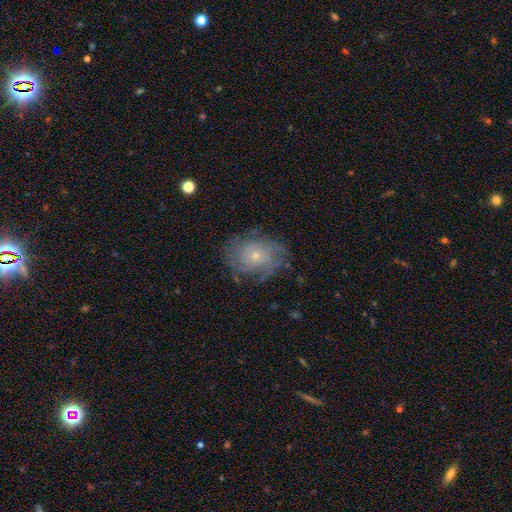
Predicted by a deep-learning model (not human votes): Smooth or featured: featured or disk — 65% (smooth — 26%)
Edge-on disk: no — 97% (yes — 3%)
Bar: no — 83% (weak — 14%)
Spiral arms: yes — 81% (no — 19%)
Spiral winding: tight — 54% (medium — 32%)
Spiral arm count: can't tell — 52% (4 — 13%)
Bulge size: small — 70% (moderate — 25%)
Merging: none — 69% (minor disturbance — 19%)